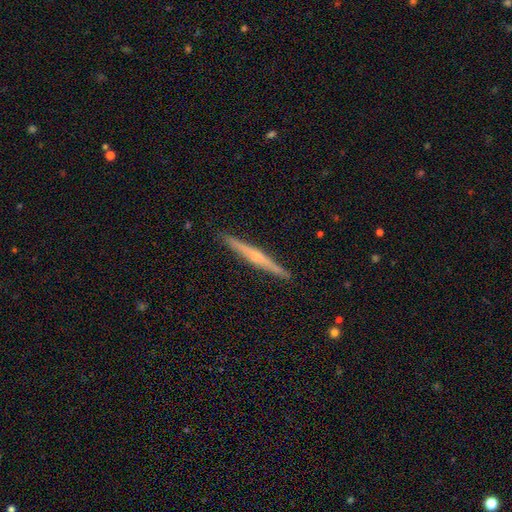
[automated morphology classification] This is likely a featured or disk galaxy (68%). It is clearly viewed edge-on (98%). Edge-on bulge: likely rounded (67%). Merging: clearly none (92%).